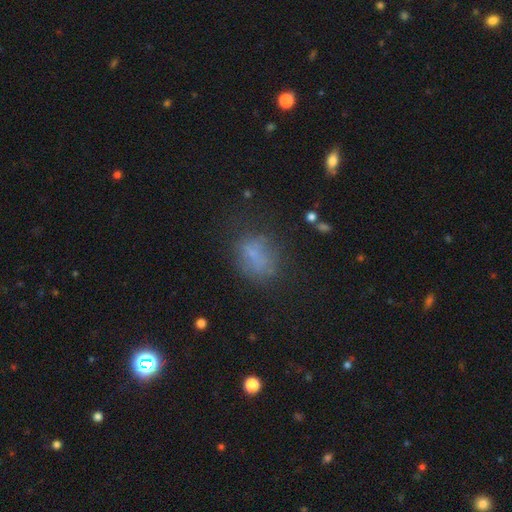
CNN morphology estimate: Smooth or featured? Predicted: smooth (p=0.60). How rounded? Predicted: in between (p=0.61). Merging? Predicted: none (p=0.57).